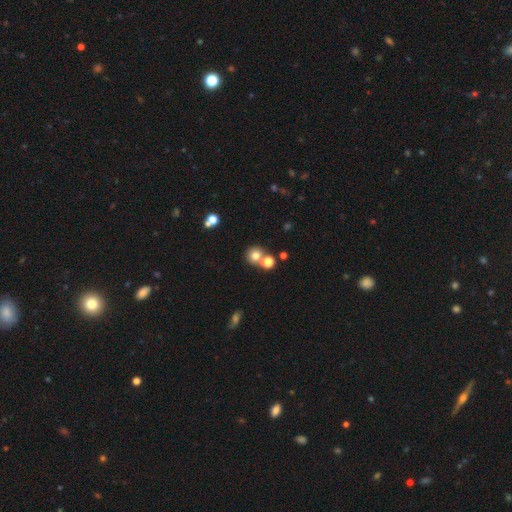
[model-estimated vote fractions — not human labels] A smooth galaxy with no disk features (73%) that is round (85%). Merging: none (49%).